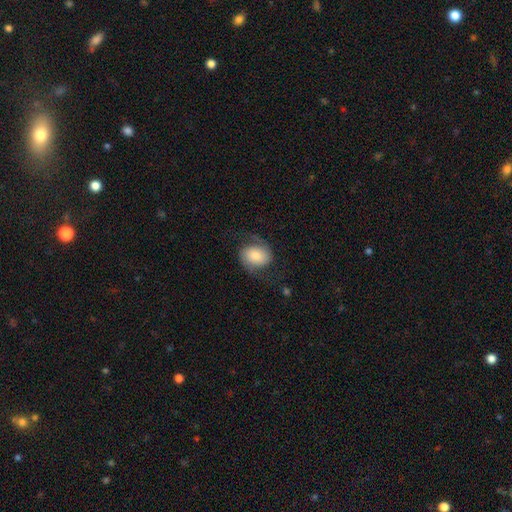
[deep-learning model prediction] The model was most divided on "spiral winding": loose: 49%, medium: 39%, tight: 13%. Remaining: edge-on disk — no (97%); spiral arms — yes (93%); spiral arm count — 2 (91%); merging — none (68%); bar — no (65%); smooth or featured — featured or disk (60%); bulge size — moderate (35%).